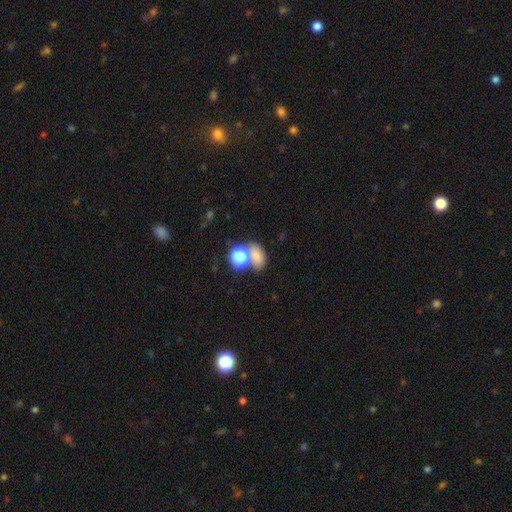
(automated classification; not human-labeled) Smooth or featured? smooth (72%)
How rounded? in between (67%)
Merging? none (45%)